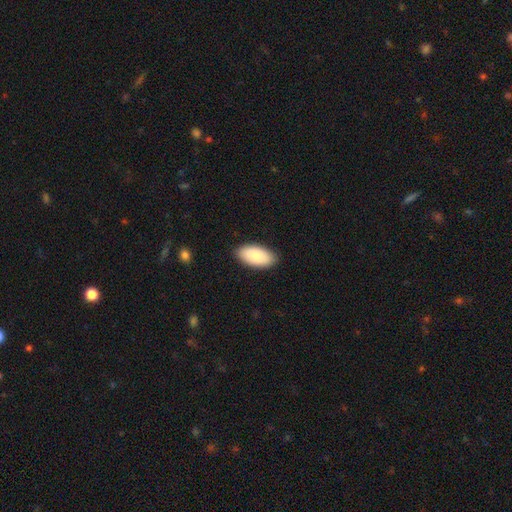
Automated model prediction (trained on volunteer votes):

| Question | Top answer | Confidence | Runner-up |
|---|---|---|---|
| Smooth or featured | smooth | 86% | featured or disk (8%) |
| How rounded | in between | 95% | cigar-shaped (3%) |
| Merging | none | 87% | minor disturbance (10%) |